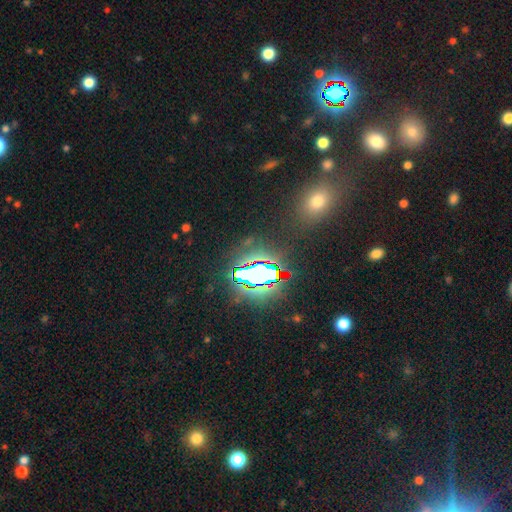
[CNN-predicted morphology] Smooth or featured?
  - star or artifact: 72% *
  - smooth: 20%
  - featured or disk: 7%